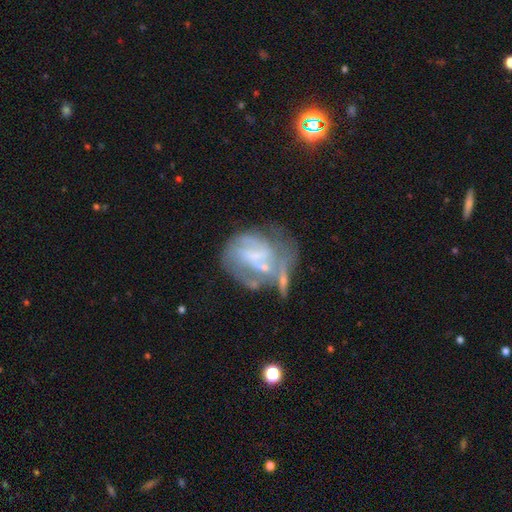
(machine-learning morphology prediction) Smooth or featured: featured or disk — 67% (smooth — 23%)
Edge-on disk: no — 97% (yes — 3%)
Bar: no — 46% (weak — 38%)
Spiral arms: yes — 61% (no — 39%)
Bulge size: none — 43% (small — 37%)
Merging: major disturbance — 30% (none — 29%)